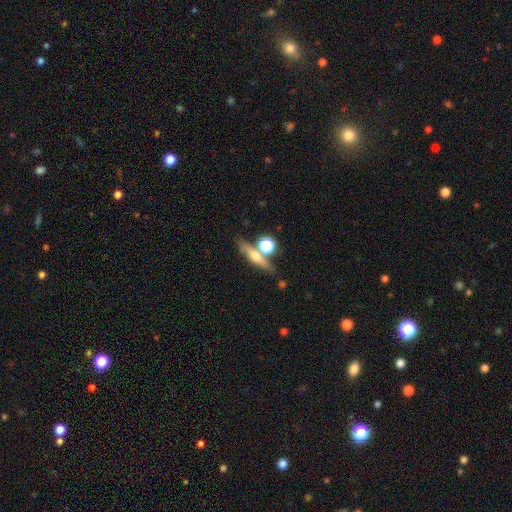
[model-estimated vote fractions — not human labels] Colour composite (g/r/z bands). It shows a featured or disk galaxy (50%) viewed edge-on (88%). Merging: none (67%).